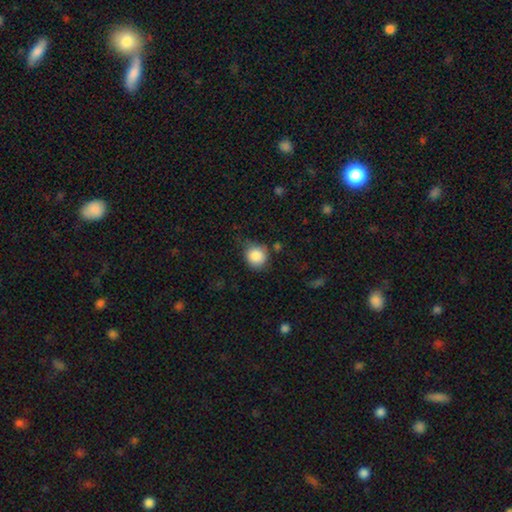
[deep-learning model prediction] This is clearly a smooth galaxy (87%). How rounded: clearly round (85%). Merging: likely none (65%).